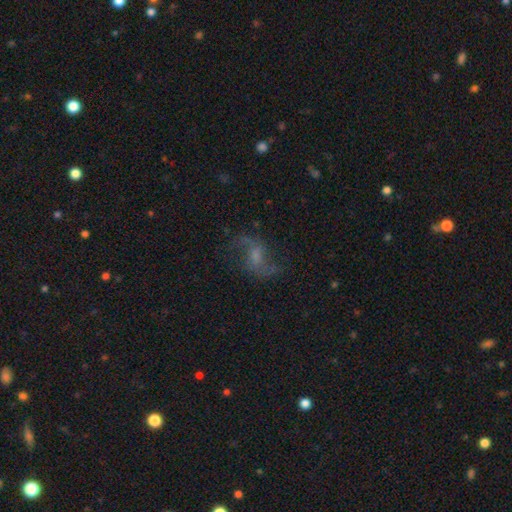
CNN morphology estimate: smooth-or-featured: featured or disk: 73% | star or artifact: 14% | smooth: 13%
  disk-edge-on: no: 96% | yes: 4%
    bar: no: 44% | weak: 43% | strong: 12%
    has-spiral-arms: yes: 92% | no: 8%
      spiral-winding: loose: 71% | medium: 24% | tight: 5%
      spiral-arm-count: 2: 89% | can't tell: 4% | 1: 3% | 3: 1% | 4: 1% | more than 4: 1%
    bulge-size: small: 40% | moderate: 34% | none: 18% | large: 6% | dominant: 2%
  merging: none: 71% | minor disturbance: 15% | major disturbance: 12% | merger: 2%